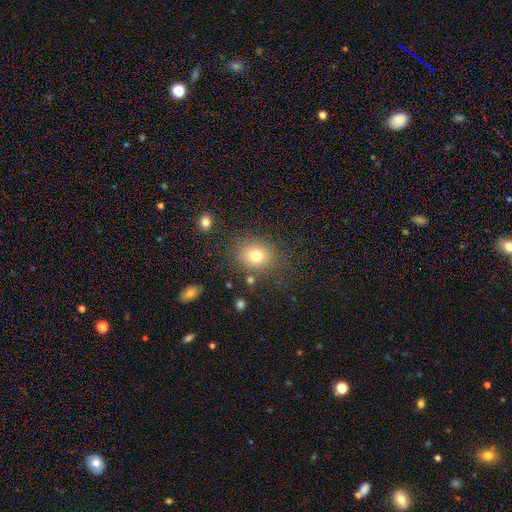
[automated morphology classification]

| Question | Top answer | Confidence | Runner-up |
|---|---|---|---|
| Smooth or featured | smooth | 76% | star or artifact (13%) |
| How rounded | round | 64% | in between (35%) |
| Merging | none | 76% | minor disturbance (14%) |